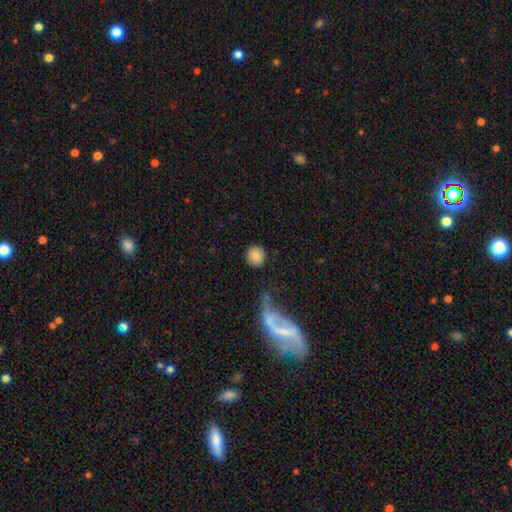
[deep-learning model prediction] A smooth galaxy with no disk features (85%) that is round (91%). Merging: none (83%).